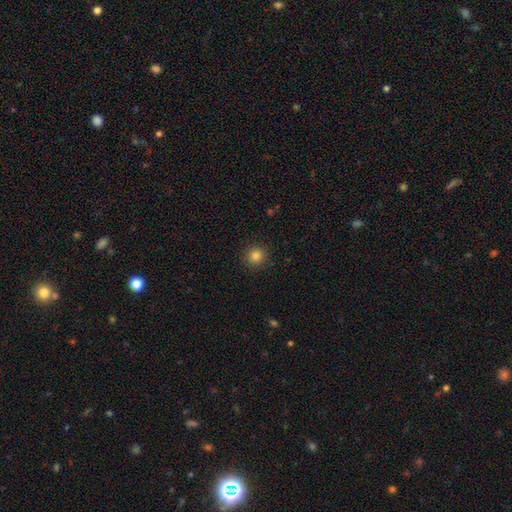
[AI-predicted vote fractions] Smooth or featured? Predicted: smooth (p=0.84). How rounded? Predicted: round (p=0.93). Merging? Predicted: none (p=0.91).